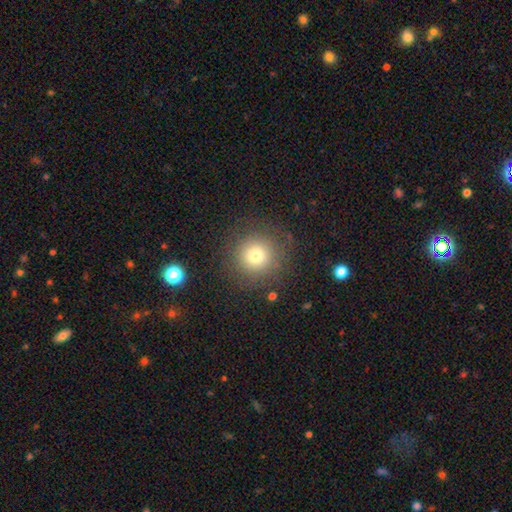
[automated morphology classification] Smooth or featured? Predicted: smooth (p=0.74). How rounded? Predicted: round (p=0.94). Merging? Predicted: none (p=0.86).